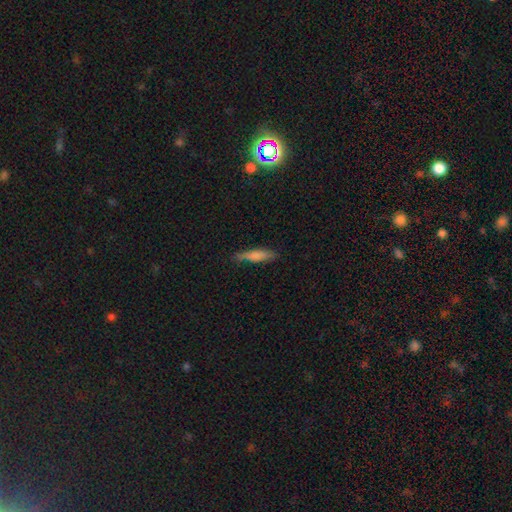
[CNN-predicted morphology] type=smooth (74%); roundness=cigar-shaped (78%); merging=none (74%).